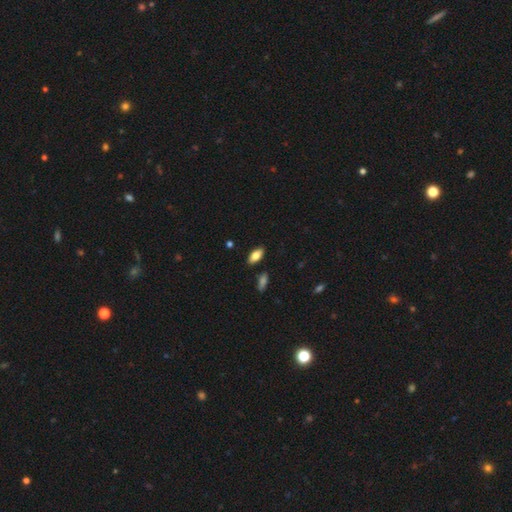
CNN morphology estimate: Q: Smooth or featured?
A: smooth (81%); runner-up: featured or disk (12%)
Q: How rounded?
A: in between (90%); runner-up: cigar-shaped (7%)
Q: Merging?
A: none (87%); runner-up: minor disturbance (9%)